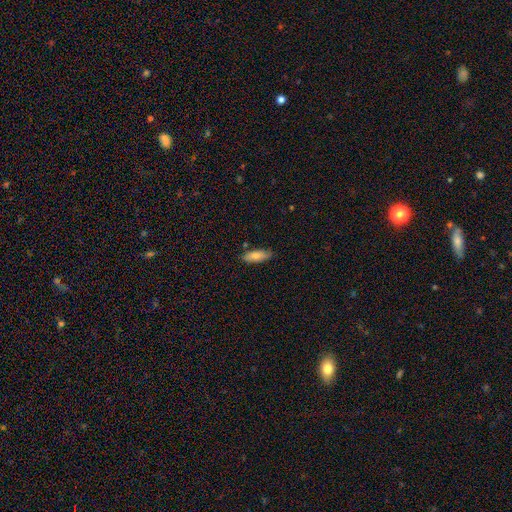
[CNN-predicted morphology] type=smooth (82%); roundness=in between (70%); merging=none (81%).